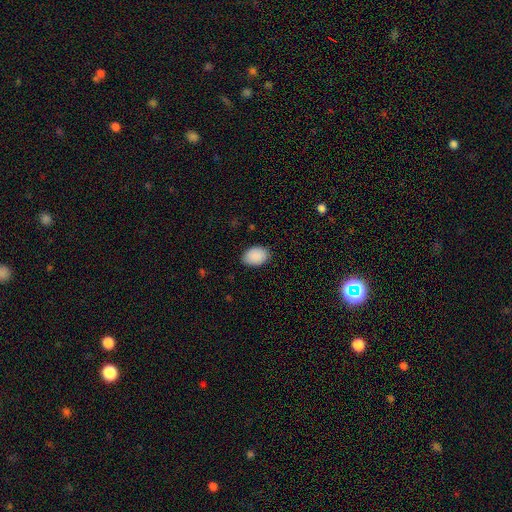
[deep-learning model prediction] Smooth or featured: smooth — 91% (star or artifact — 6%)
How rounded: in between — 84% (round — 15%)
Merging: none — 84% (minor disturbance — 13%)